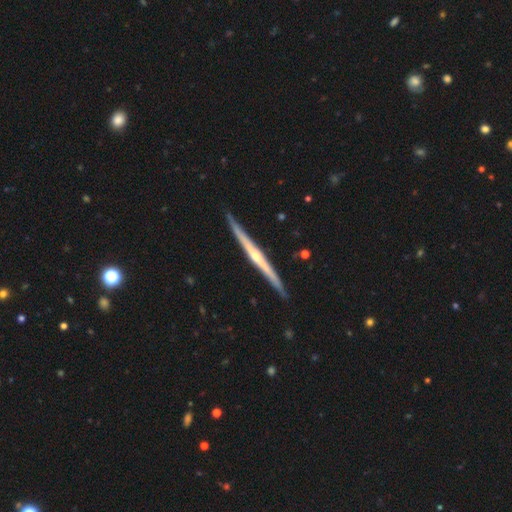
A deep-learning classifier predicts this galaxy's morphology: A featured or disk galaxy (79%) viewed edge-on (98%) with a rounded central bulge (70%). Merging: none (90%).